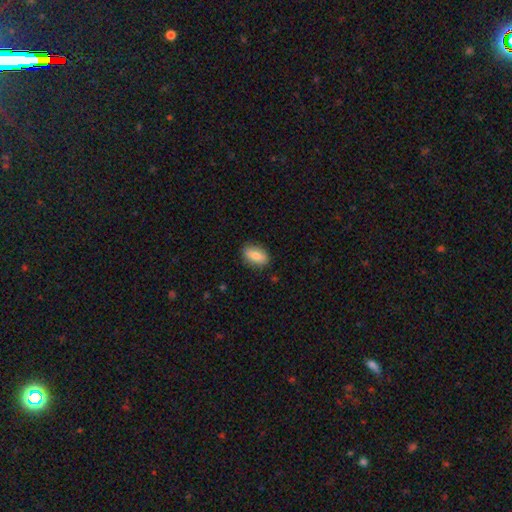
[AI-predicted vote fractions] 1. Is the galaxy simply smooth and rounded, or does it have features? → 81% smooth, 12% featured or disk, 7% star or artifact.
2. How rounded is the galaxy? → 89% in between, 8% round, 3% cigar-shaped.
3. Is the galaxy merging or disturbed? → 85% none, 11% minor disturbance, 2% major disturbance, 1% merger.